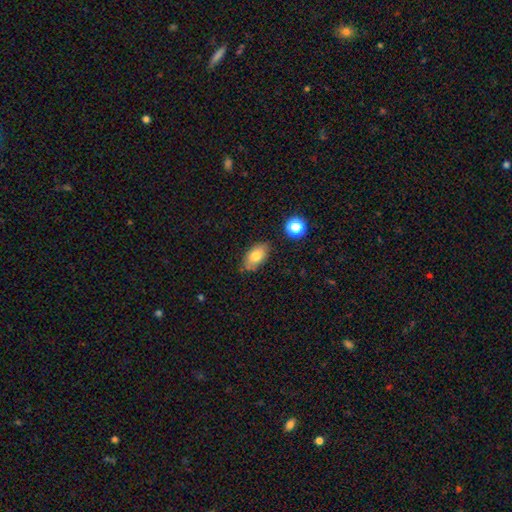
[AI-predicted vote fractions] A smooth galaxy with no disk features (78%) that is in between round and cigar-shaped (90%). Merging: none (77%).